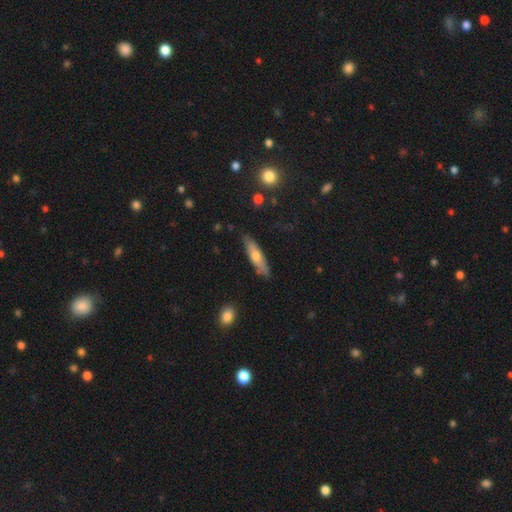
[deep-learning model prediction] The model was most divided on "smooth or featured": smooth: 59%, featured or disk: 35%, star or artifact: 6%. More confident: merging — none (83%); how rounded — cigar-shaped (75%).